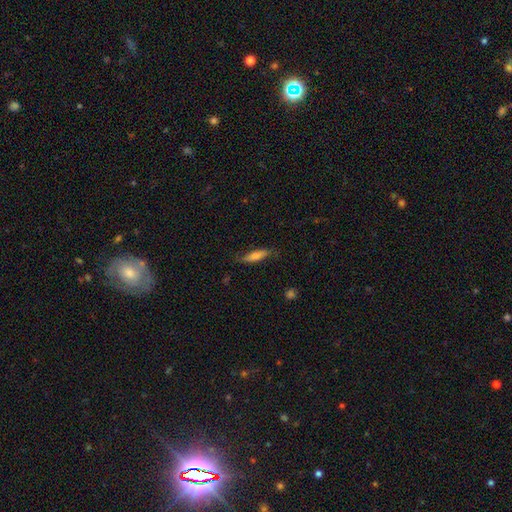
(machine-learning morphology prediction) Smooth or featured: smooth — 61% (featured or disk — 32%)
How rounded: cigar-shaped — 77% (in between — 21%)
Merging: none — 77% (minor disturbance — 17%)